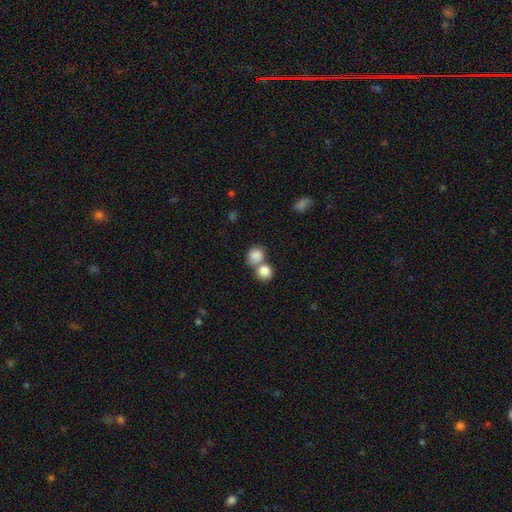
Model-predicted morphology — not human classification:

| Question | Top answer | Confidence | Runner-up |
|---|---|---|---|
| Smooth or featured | smooth | 85% | star or artifact (8%) |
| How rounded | round | 73% | in between (26%) |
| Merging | merger | 53% | none (36%) |